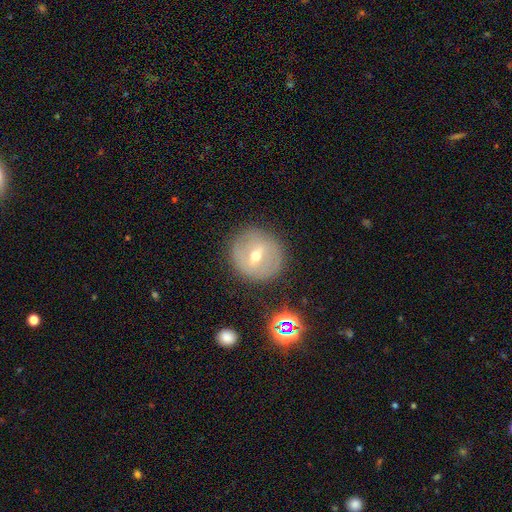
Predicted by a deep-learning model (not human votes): Morphology: type=featured or disk (56%); edge-on=no (94%); bar=weak (51%); spiral arms=no (54%); bulge=moderate (63%); merging=none (83%).